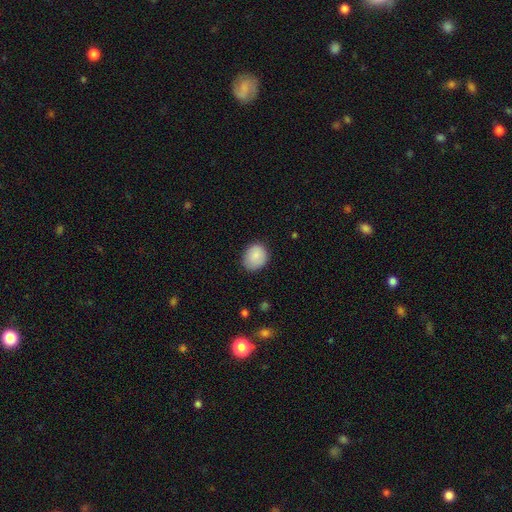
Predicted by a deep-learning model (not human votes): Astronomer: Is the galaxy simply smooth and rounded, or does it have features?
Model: smooth — 86%.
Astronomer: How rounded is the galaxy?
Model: round — 66%.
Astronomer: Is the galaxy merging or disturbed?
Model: none — 80%.